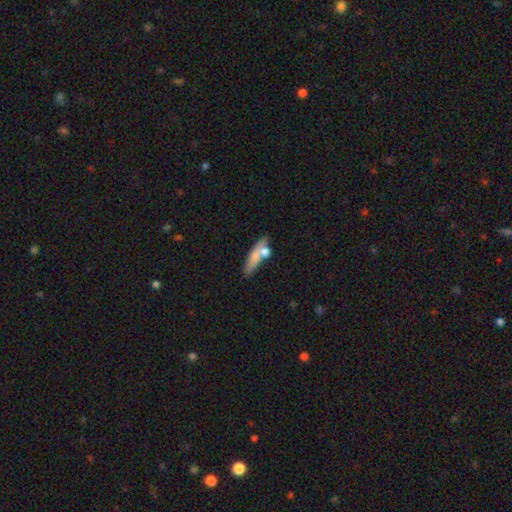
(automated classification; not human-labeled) This appears to be a smooth galaxy with no disk features (69%) that is cigar-shaped (67%). Merging: none (55%).